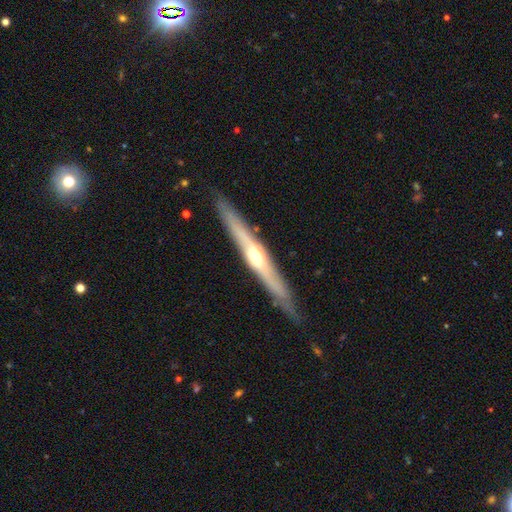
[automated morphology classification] type=featured or disk (72%); edge-on=yes (92%); edge-on bulge=rounded (81%); merging=none (86%).